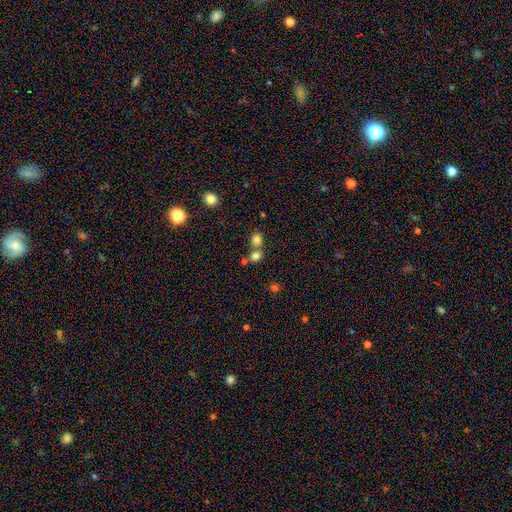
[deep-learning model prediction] Morphology: type=smooth (79%); roundness=round (75%); merging=none (48%).